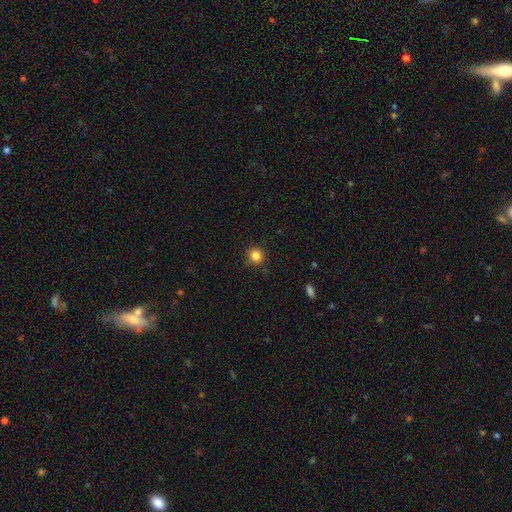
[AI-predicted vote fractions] This appears to be a smooth galaxy with no disk features (84%) that is round (93%). Merging: none (89%).